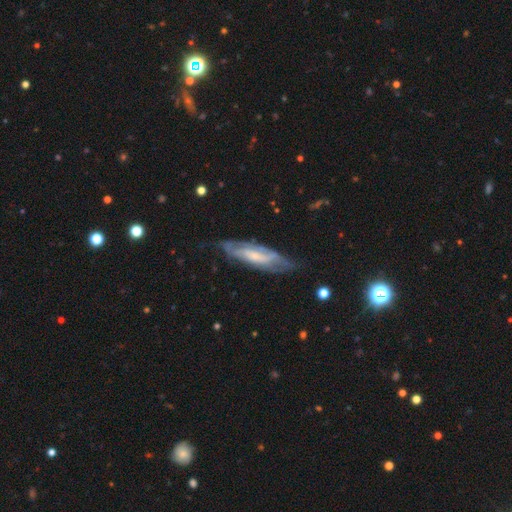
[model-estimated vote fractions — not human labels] This appears to be a featured or disk galaxy (69%). Merging: none (62%).